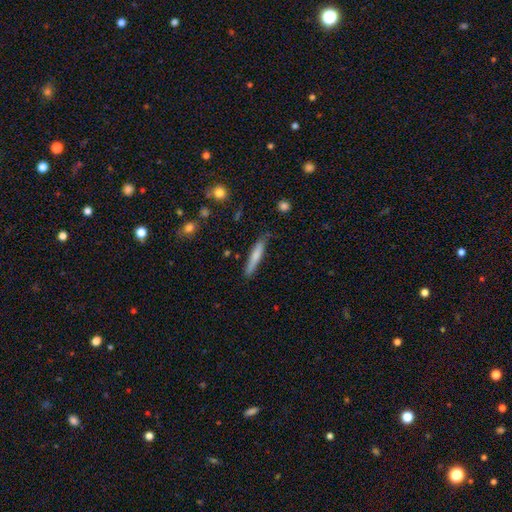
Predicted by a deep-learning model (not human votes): Smooth or featured? Predicted: smooth (p=0.68). How rounded? Predicted: cigar-shaped (p=0.92). Merging? Predicted: none (p=0.80).